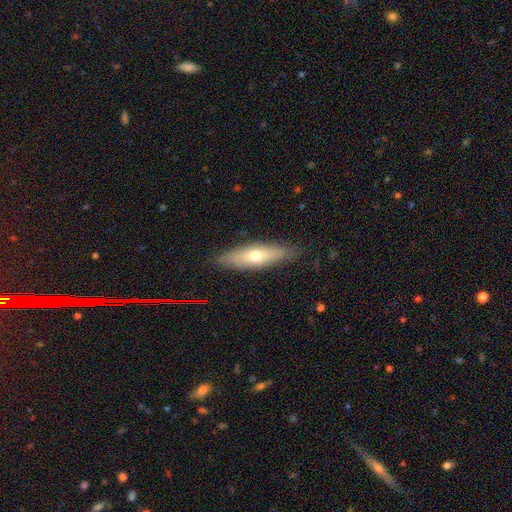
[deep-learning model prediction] A smooth galaxy with no disk features (54%) that is cigar-shaped (57%). Merging: none (85%).